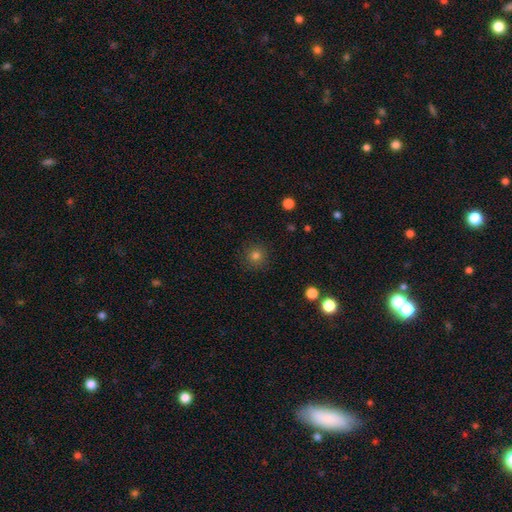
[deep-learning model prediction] This is likely a smooth galaxy (80%). How rounded: clearly round (94%). Merging: clearly none (90%).